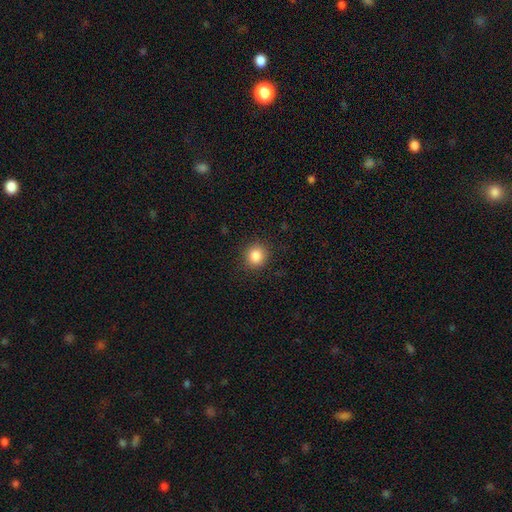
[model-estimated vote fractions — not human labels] Q: Smooth or featured?
A: smooth (85%); runner-up: star or artifact (11%)
Q: How rounded?
A: round (88%); runner-up: in between (11%)
Q: Merging?
A: none (89%); runner-up: minor disturbance (7%)